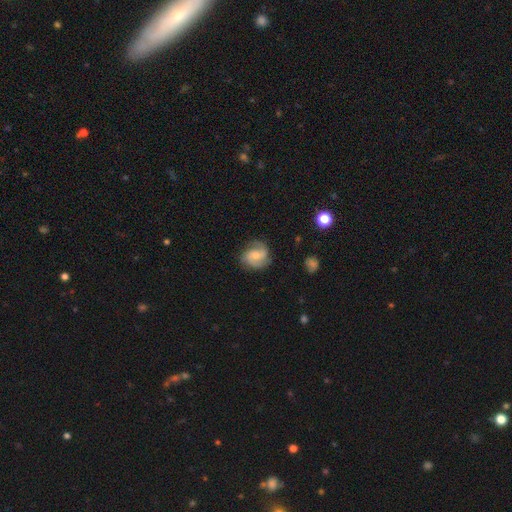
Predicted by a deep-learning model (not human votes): This appears to be a featured or disk galaxy (73%) with no bar (49%), 2 (61%) medium (49%) spiral arms (95%) and a moderate central bulge (48%). Merging: none (75%).